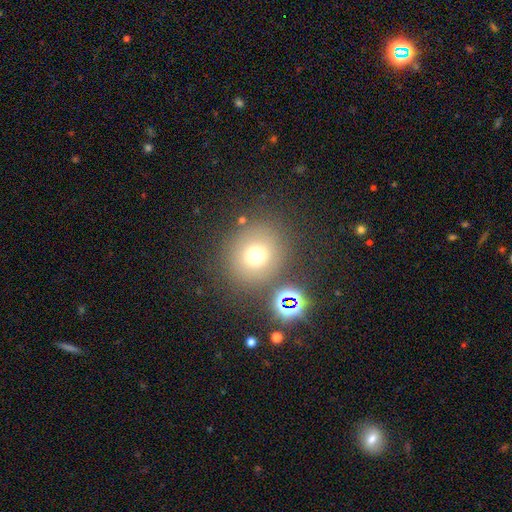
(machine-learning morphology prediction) Smooth or featured? Predicted: smooth (p=0.70). How rounded? Predicted: round (p=0.88). Merging? Predicted: none (p=0.79).